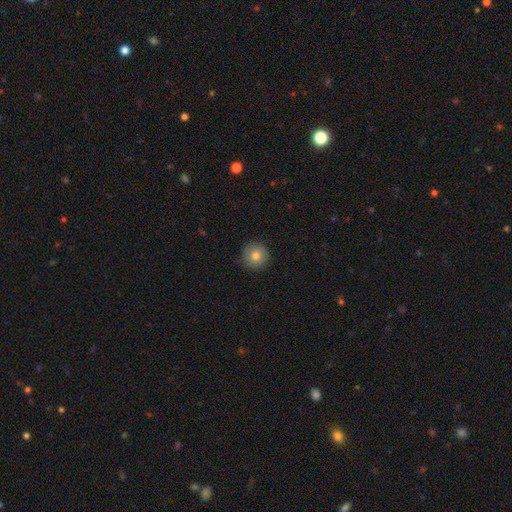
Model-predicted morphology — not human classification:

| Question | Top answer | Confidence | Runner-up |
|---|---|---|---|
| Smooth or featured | smooth | 81% | featured or disk (10%) |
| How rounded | round | 95% | in between (4%) |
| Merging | none | 88% | minor disturbance (9%) |